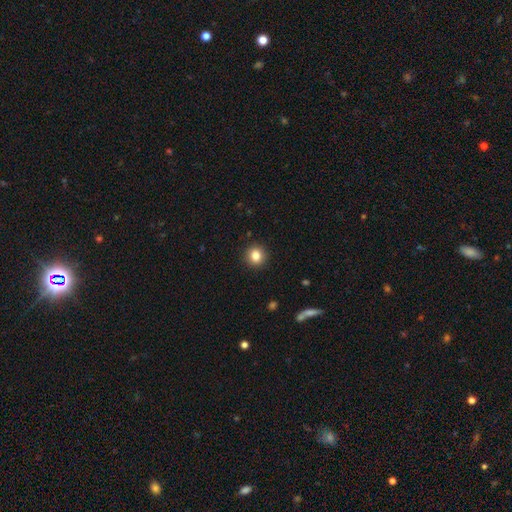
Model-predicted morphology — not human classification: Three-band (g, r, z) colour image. It shows a smooth galaxy with no disk features (84%) that is round (89%). Merging: none (92%).